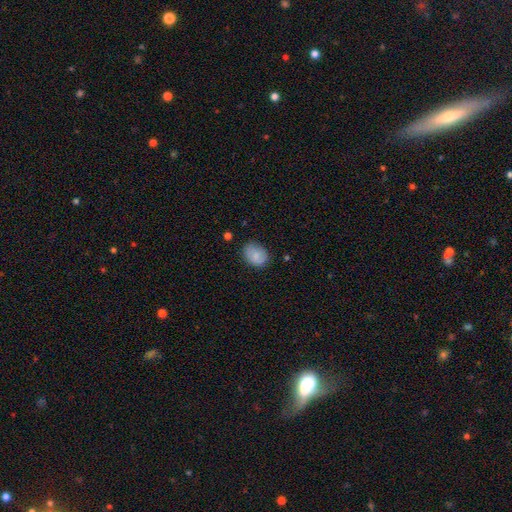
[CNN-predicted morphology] This appears to be a smooth galaxy with no disk features (82%) that is in between round and cigar-shaped (67%). Merging: none (76%).